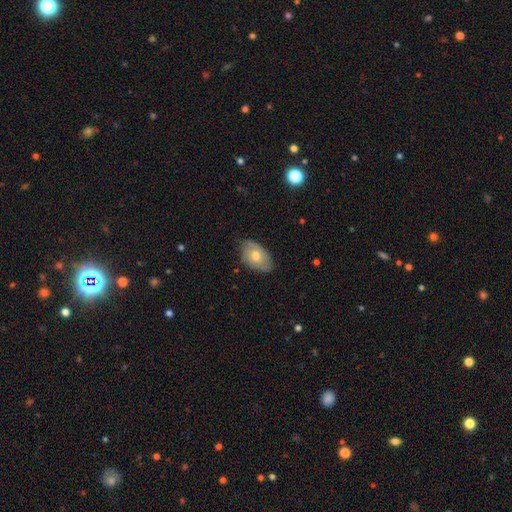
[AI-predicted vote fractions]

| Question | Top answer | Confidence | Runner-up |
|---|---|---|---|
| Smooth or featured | smooth | 54% | featured or disk (38%) |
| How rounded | in between | 90% | round (9%) |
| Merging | none | 75% | minor disturbance (21%) |